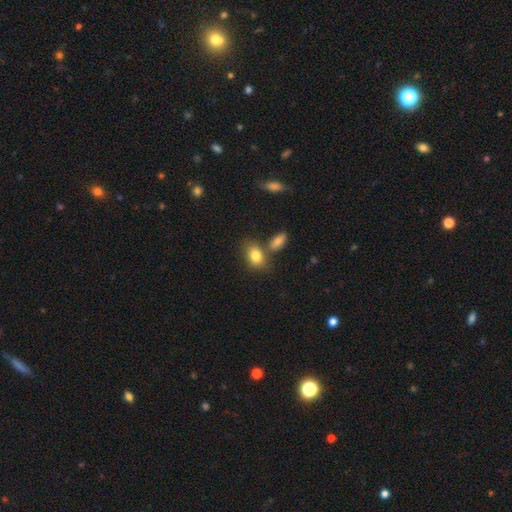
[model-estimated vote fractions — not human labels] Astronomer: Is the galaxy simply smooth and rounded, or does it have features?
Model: smooth — 82%.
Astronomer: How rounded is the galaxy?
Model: in between — 79%.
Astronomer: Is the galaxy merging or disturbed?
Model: none — 56%.